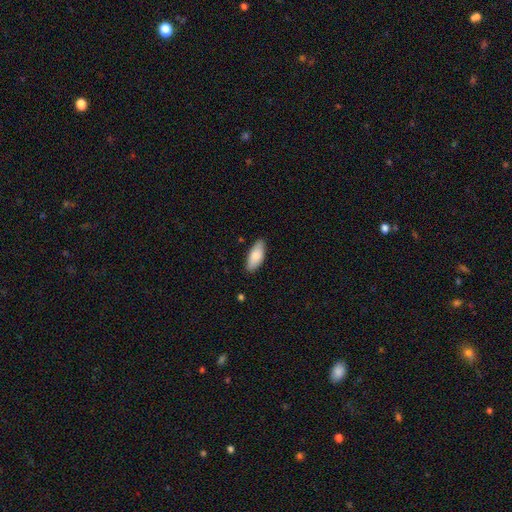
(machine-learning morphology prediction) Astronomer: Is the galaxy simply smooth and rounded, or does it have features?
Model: smooth — 82%.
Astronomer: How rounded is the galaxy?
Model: in between — 83%.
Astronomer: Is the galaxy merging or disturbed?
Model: none — 85%.